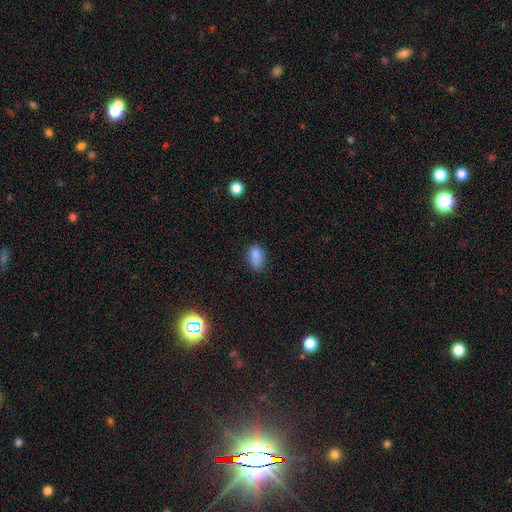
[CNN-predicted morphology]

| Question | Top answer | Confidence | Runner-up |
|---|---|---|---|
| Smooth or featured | smooth | 84% | star or artifact (11%) |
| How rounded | in between | 85% | round (13%) |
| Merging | none | 65% | minor disturbance (27%) |